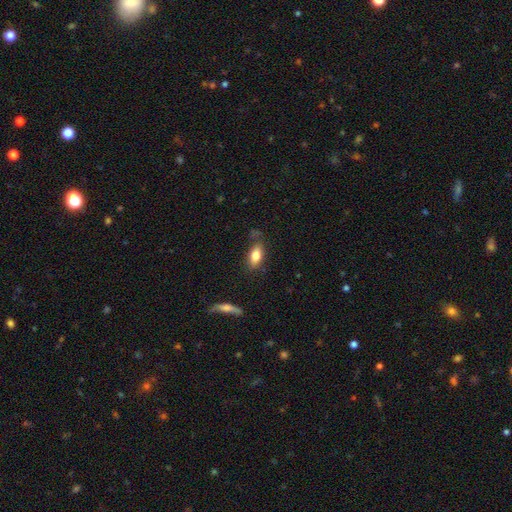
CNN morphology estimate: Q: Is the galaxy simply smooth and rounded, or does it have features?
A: smooth — 79%.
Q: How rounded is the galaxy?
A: in between — 84%.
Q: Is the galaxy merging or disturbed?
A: none — 70%.